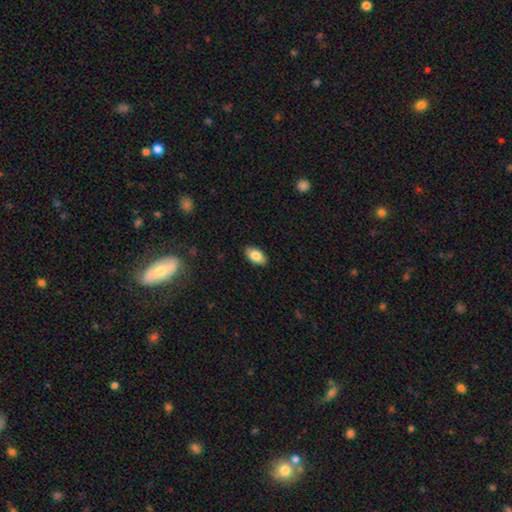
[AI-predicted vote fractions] A smooth galaxy with no disk features (83%) that is in between round and cigar-shaped (93%). Merging: none (89%).